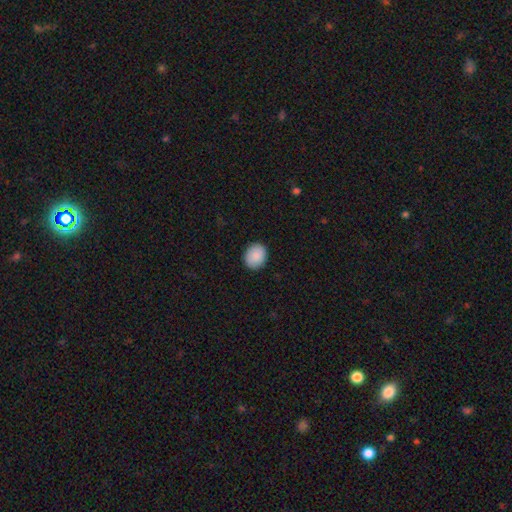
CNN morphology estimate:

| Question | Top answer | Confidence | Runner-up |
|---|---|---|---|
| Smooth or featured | smooth | 89% | star or artifact (7%) |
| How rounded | round | 52% | in between (47%) |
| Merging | none | 89% | minor disturbance (8%) |